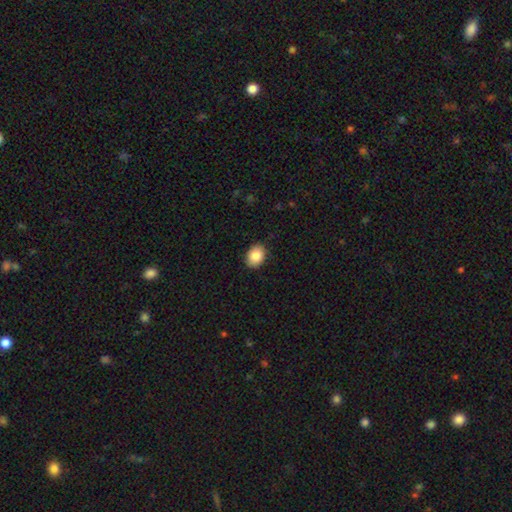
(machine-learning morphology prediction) Smooth or featured: smooth — 86% (star or artifact — 8%)
How rounded: in between — 67% (round — 32%)
Merging: none — 86% (minor disturbance — 11%)